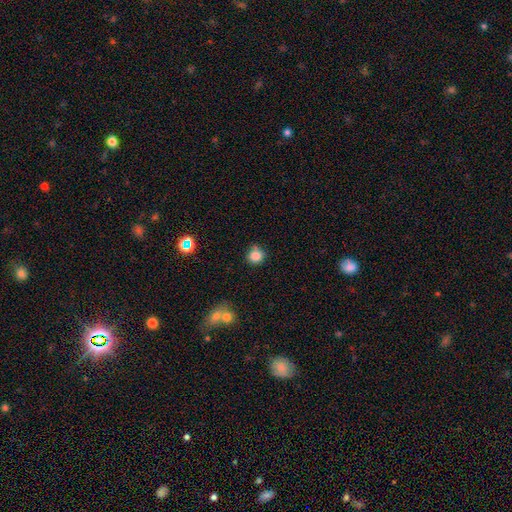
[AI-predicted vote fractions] A smooth galaxy with no disk features (82%) that is round (87%). Merging: none (69%).